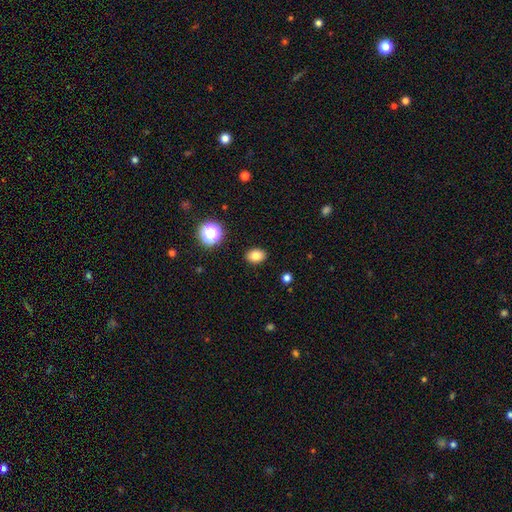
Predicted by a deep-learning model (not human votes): Smooth or featured? Predicted: smooth (p=0.82). How rounded? Predicted: in between (p=0.71). Merging? Predicted: none (p=0.89).